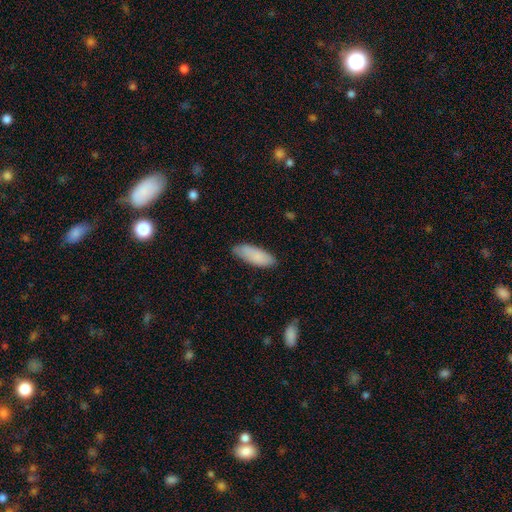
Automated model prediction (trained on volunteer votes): A smooth galaxy with no disk features (86%) that is in between round and cigar-shaped (72%). Merging: none (79%).